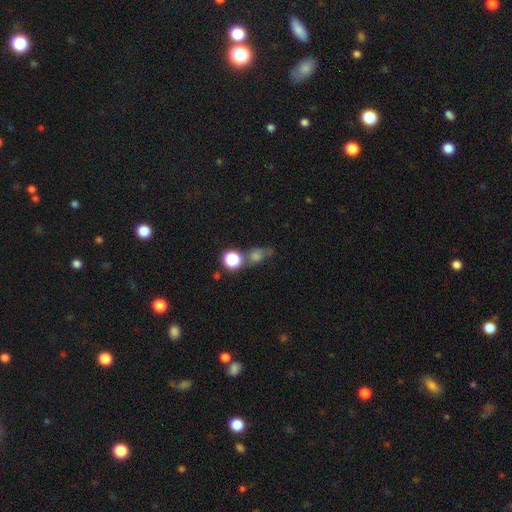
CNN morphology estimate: Smooth or featured: smooth — 53% (star or artifact — 31%)
How rounded: round — 66% (in between — 30%)
Merging: none — 54% (merger — 21%)